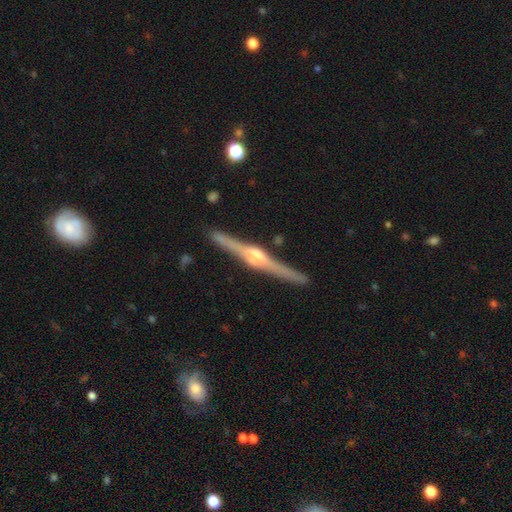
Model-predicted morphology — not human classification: Smooth or featured? Predicted: featured or disk (p=0.86). Edge-on disk? Predicted: yes (p=0.98). Edge-on bulge? Predicted: rounded (p=0.85). Merging? Predicted: none (p=0.89).